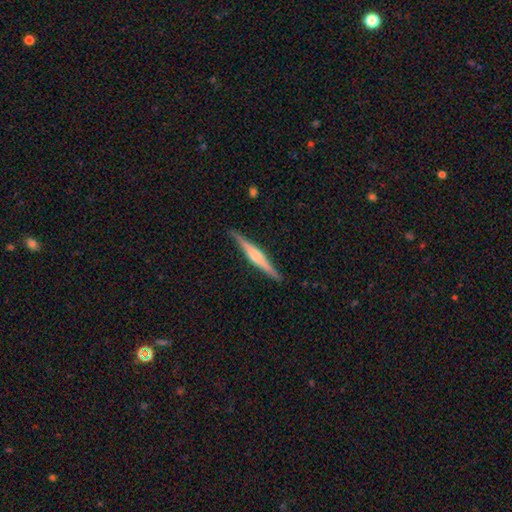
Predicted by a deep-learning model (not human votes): Q: Smooth or featured?
A: featured or disk (72%); runner-up: smooth (23%)
Q: Edge-on disk?
A: yes (98%); runner-up: no (2%)
Q: Edge-on bulge?
A: rounded (72%); runner-up: boxy (19%)
Q: Merging?
A: none (89%); runner-up: minor disturbance (8%)